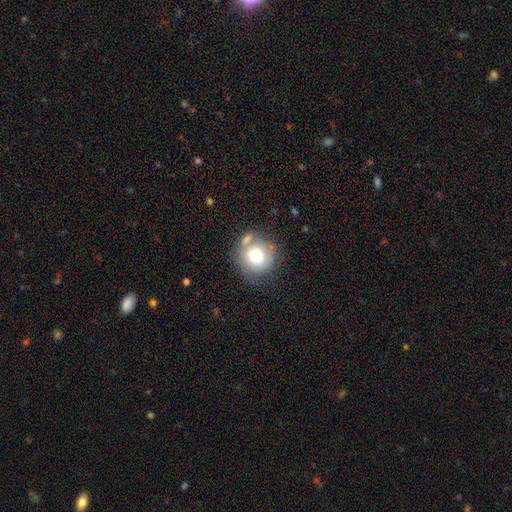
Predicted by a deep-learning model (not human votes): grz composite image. It shows a smooth galaxy with no disk features (71%) that is round (90%). Merging: none (60%).